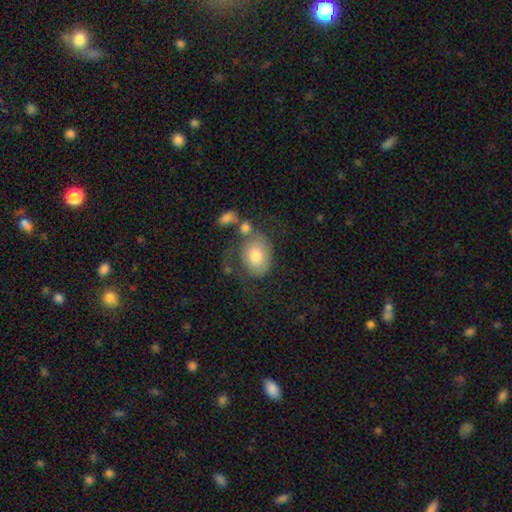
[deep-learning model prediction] Smooth or featured? smooth (71%)
How rounded? in between (61%)
Merging? none (43%)